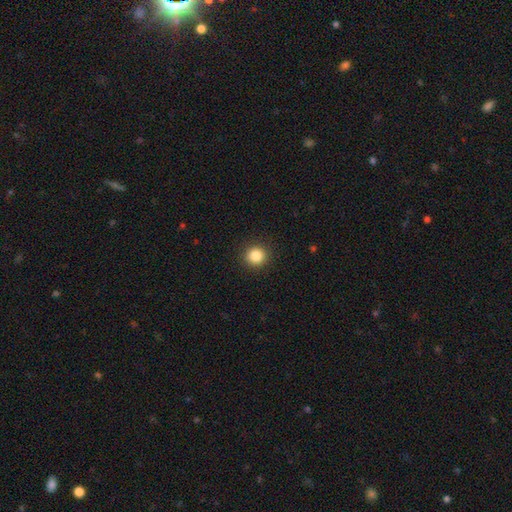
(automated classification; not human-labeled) This appears to be a smooth galaxy with no disk features (85%) that is round (93%). Merging: none (92%).